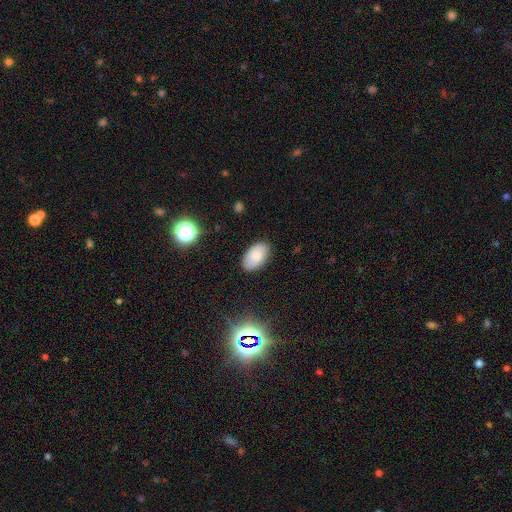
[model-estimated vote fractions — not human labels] This appears to be a smooth galaxy with no disk features (81%) that is in between round and cigar-shaped (94%). Merging: none (85%).